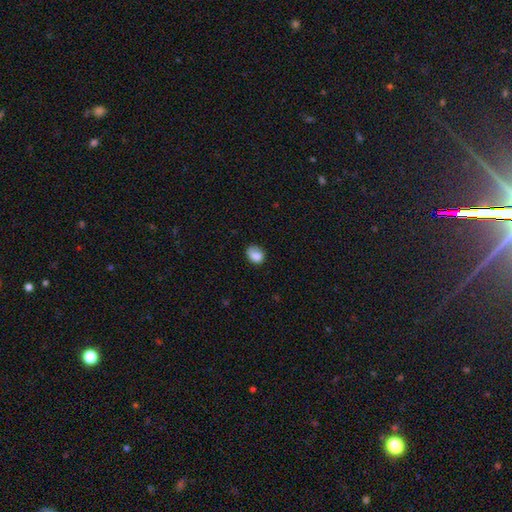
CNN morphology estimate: type=smooth (80%); roundness=in between (54%); merging=none (54%).